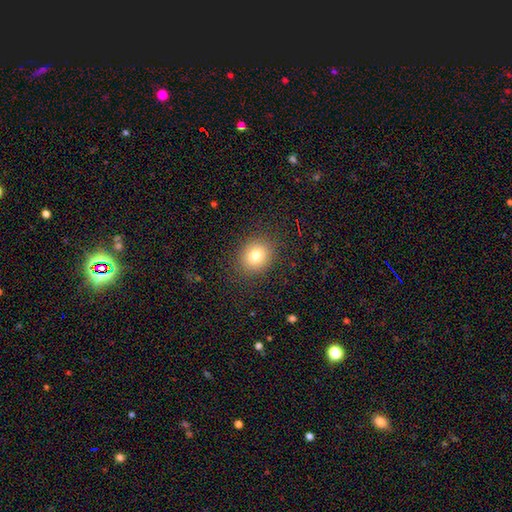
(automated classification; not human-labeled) smooth-or-featured: smooth: 78% | star or artifact: 12% | featured or disk: 9%
  how-rounded: round: 73% | in between: 26% | cigar-shaped: 1%
  merging: none: 88% | minor disturbance: 8% | major disturbance: 3% | merger: 1%